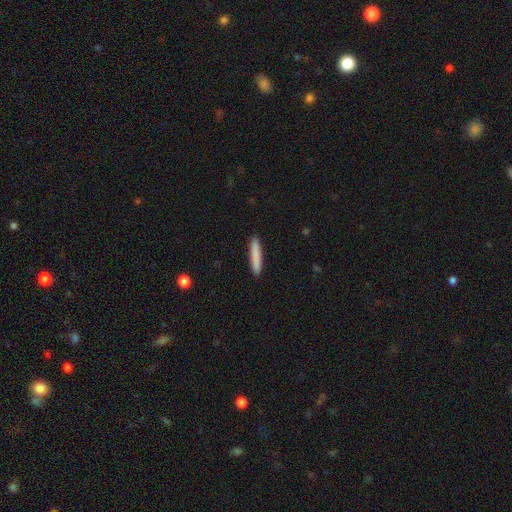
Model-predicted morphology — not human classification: smooth 85%, featured or disk 10%, star or artifact 6%. Down the decision tree: how rounded — cigar-shaped (92%); merging — none (91%).